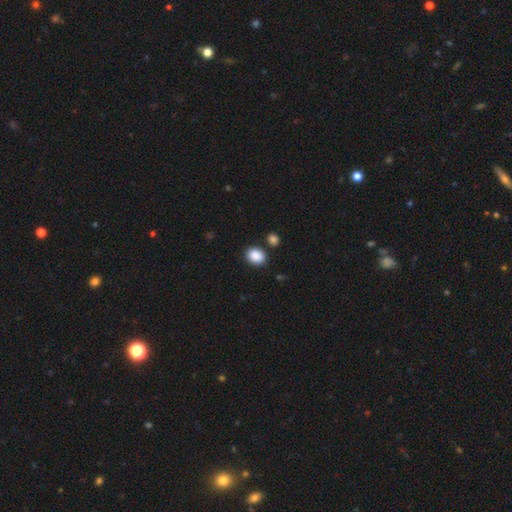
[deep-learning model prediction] Smooth or featured?
  - smooth: 89% *
  - star or artifact: 8%
  - featured or disk: 3%
How rounded?
  - in between: 57% *
  - round: 42%
  - cigar-shaped: 1%
Merging?
  - none: 82% *
  - minor disturbance: 10%
  - merger: 6%
  - major disturbance: 3%